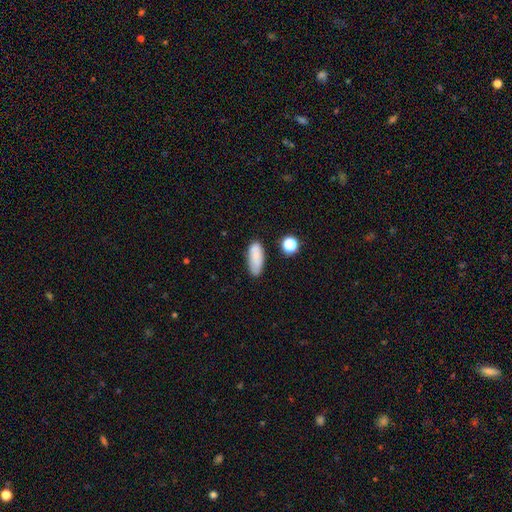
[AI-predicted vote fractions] smooth-or-featured: smooth: 78% | featured or disk: 13% | star or artifact: 9%
  how-rounded: in between: 79% | cigar-shaped: 18% | round: 3%
  merging: none: 74% | minor disturbance: 18% | merger: 4% | major disturbance: 4%